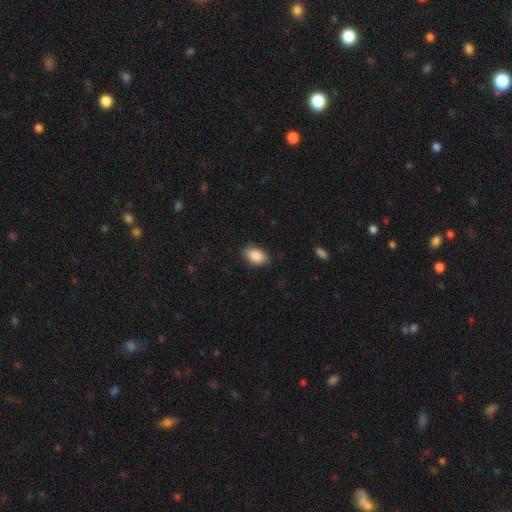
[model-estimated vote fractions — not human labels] This appears to be a smooth galaxy with no disk features (87%) that is in between round and cigar-shaped (90%). Merging: none (86%).